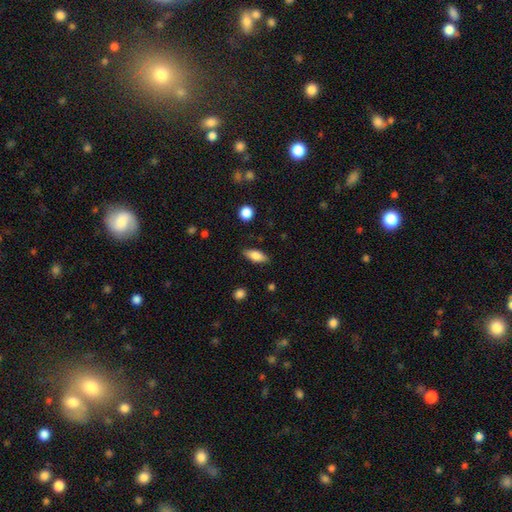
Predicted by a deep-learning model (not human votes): smooth 74%, featured or disk 18%, star or artifact 7%. Down the decision tree: how rounded — in between (77%); merging — none (84%).